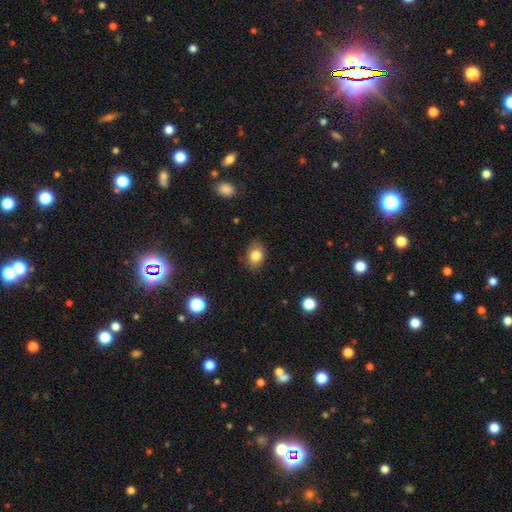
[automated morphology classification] Smooth or featured? smooth (82%)
How rounded? in between (65%)
Merging? none (83%)